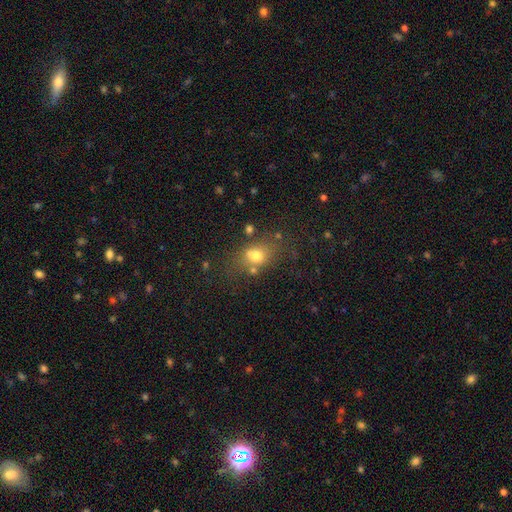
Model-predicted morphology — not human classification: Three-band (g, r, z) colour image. It shows a smooth galaxy with no disk features (69%) that is in between round and cigar-shaped (66%). Merging: none (55%).